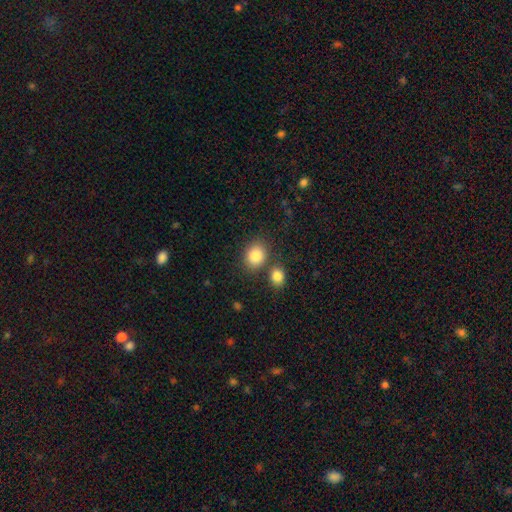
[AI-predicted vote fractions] This is clearly a smooth galaxy (85%). How rounded: possibly round (56%). Merging: likely none (68%).